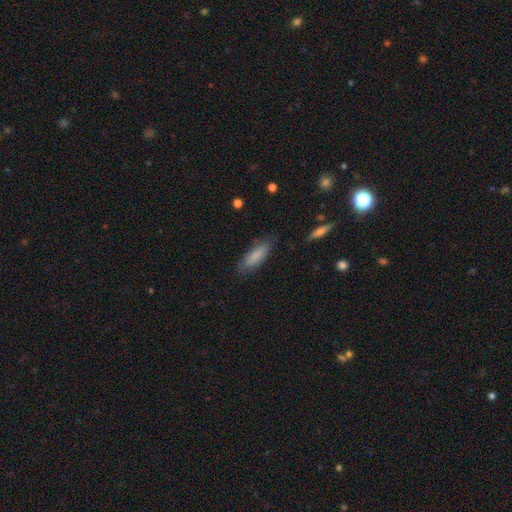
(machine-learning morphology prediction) Smooth or featured? smooth (83%)
How rounded? in between (53%)
Merging? none (80%)